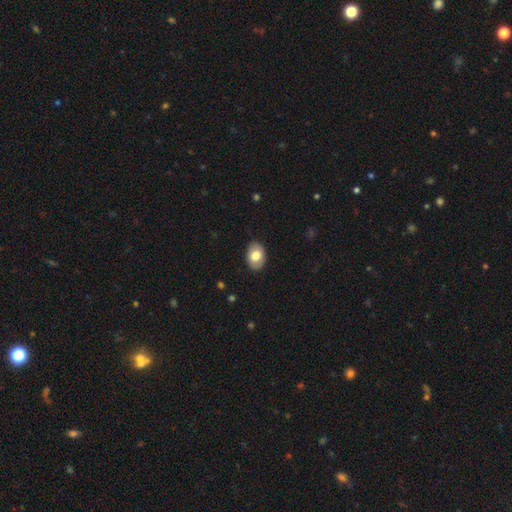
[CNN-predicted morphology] Smooth or featured? smooth (76%)
How rounded? in between (81%)
Merging? none (87%)